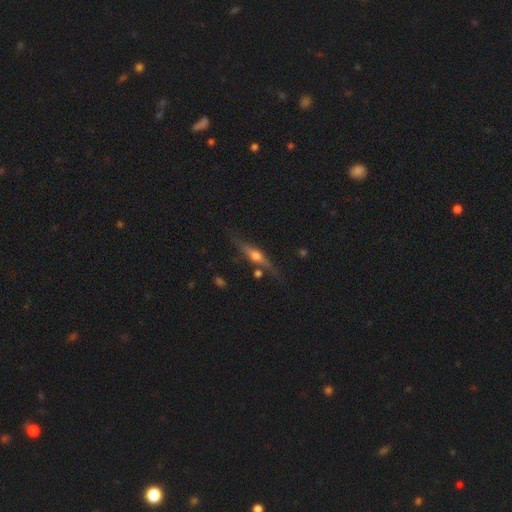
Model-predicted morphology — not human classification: Smooth or featured? featured or disk (71%)
Edge-on disk? yes (96%)
Edge-on bulge? rounded (92%)
Merging? none (79%)